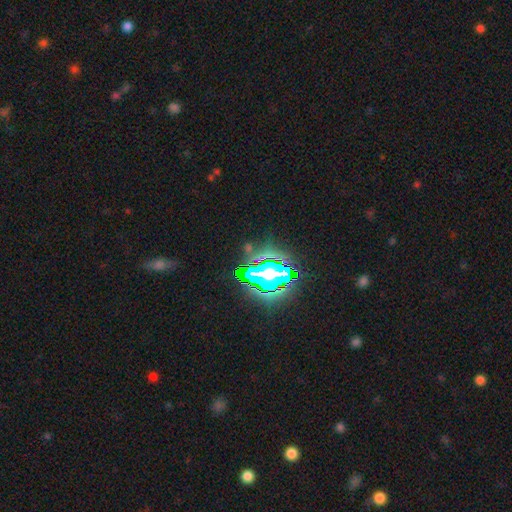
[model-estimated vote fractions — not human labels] Overall: star or artifact (72%).